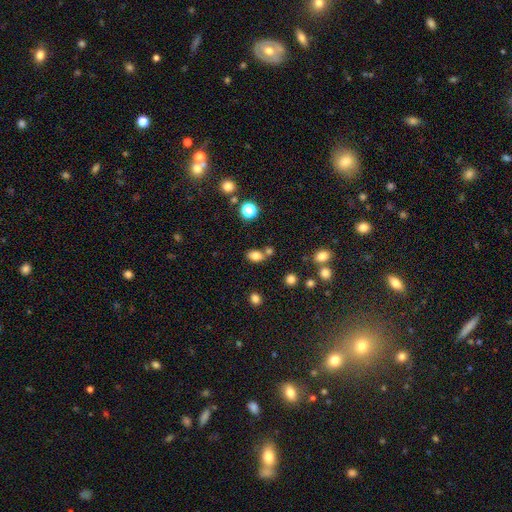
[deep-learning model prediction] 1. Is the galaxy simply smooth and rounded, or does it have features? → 80% smooth, 13% star or artifact, 7% featured or disk.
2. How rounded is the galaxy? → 79% in between, 20% round, 2% cigar-shaped.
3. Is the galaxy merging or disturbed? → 63% none, 20% merger, 13% minor disturbance, 4% major disturbance.